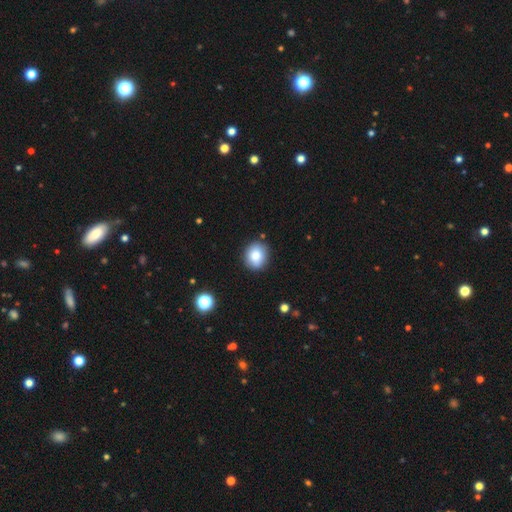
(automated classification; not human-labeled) This appears to be a smooth galaxy with no disk features (81%) that is round (74%). Merging: none (86%).